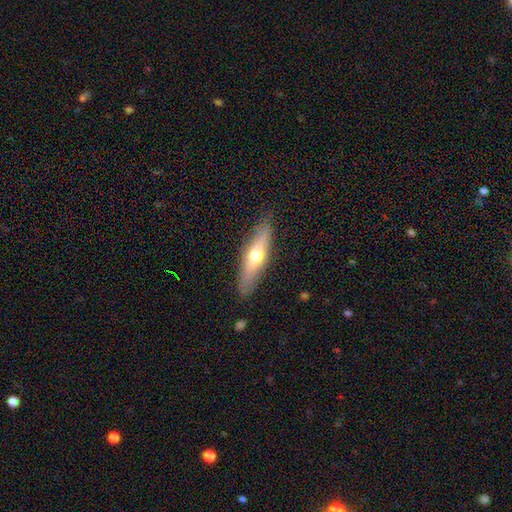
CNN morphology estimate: Q: Smooth or featured?
A: smooth (49%); runner-up: featured or disk (45%)
Q: Merging?
A: none (85%); runner-up: minor disturbance (11%)